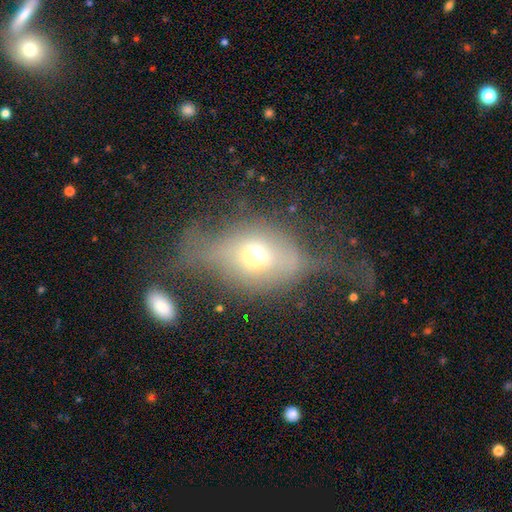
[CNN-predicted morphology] Smooth or featured? Predicted: smooth (p=0.46). Merging? Predicted: major disturbance (p=0.44).